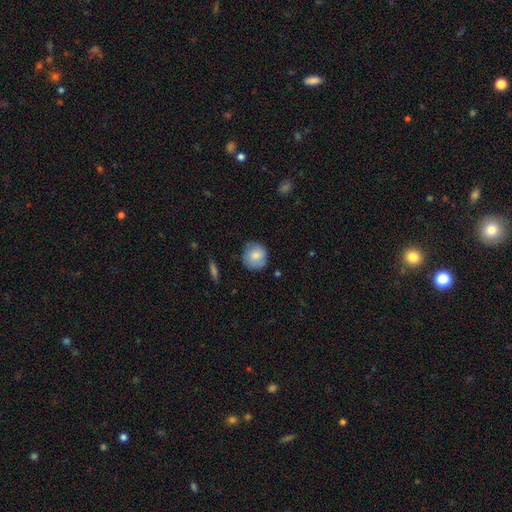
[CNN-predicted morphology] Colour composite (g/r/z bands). It shows a smooth galaxy with no disk features (80%) that is round (91%). Merging: none (78%).